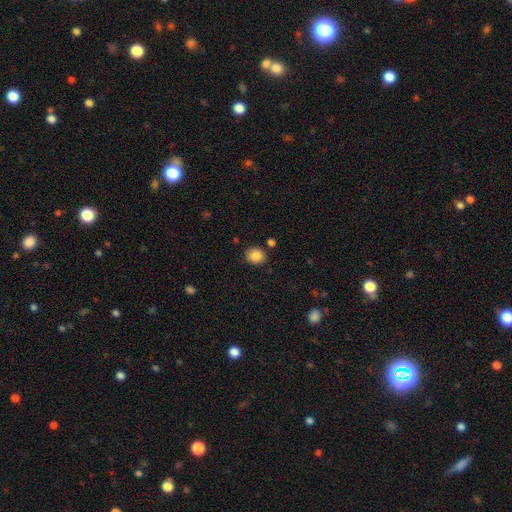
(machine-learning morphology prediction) smooth-or-featured: smooth: 87% | star or artifact: 9% | featured or disk: 4%
  how-rounded: round: 76% | in between: 23% | cigar-shaped: 1%
  merging: none: 84% | minor disturbance: 10% | merger: 4% | major disturbance: 3%